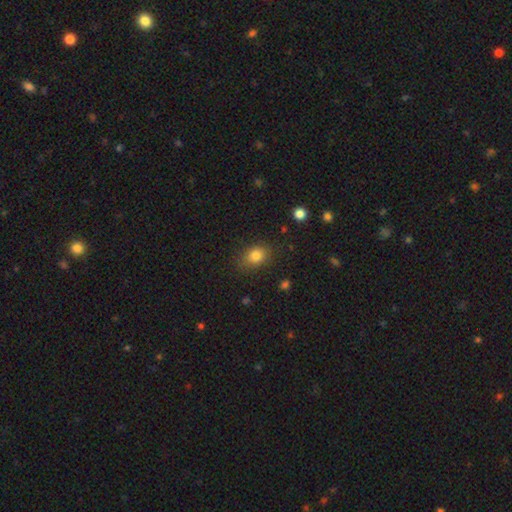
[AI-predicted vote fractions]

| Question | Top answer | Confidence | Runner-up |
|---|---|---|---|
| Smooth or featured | smooth | 83% | star or artifact (10%) |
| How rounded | in between | 61% | round (37%) |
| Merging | none | 79% | minor disturbance (15%) |